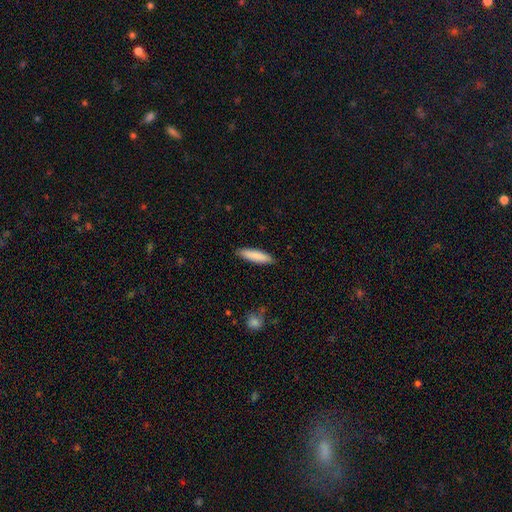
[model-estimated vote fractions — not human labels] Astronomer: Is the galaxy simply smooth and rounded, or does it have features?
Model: smooth — 86%.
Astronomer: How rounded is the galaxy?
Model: cigar-shaped — 73%.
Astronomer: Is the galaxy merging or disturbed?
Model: none — 88%.